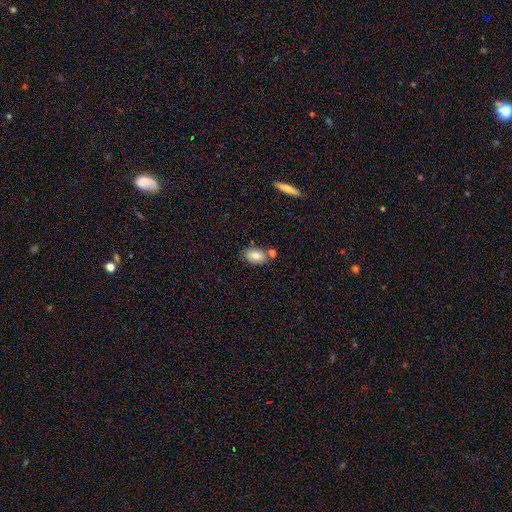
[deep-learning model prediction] Morphology: type=smooth (82%); roundness=in between (90%); merging=none (69%).